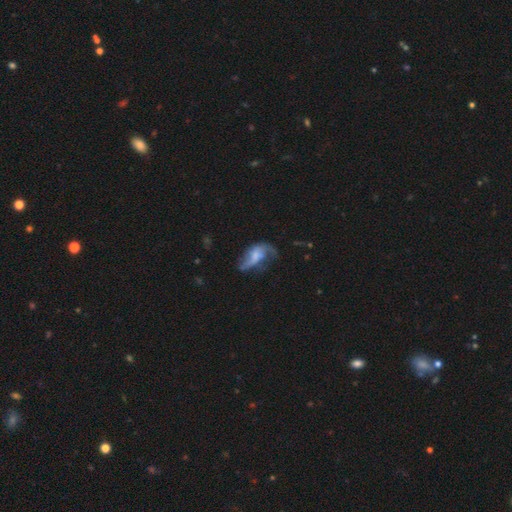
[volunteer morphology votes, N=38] This appears to be a featured or disk galaxy (74%) with no bar (65%), 2 (85%) loose (70%) spiral arms (77%) and a small central bulge (50%). Merging: major disturbance (34%).